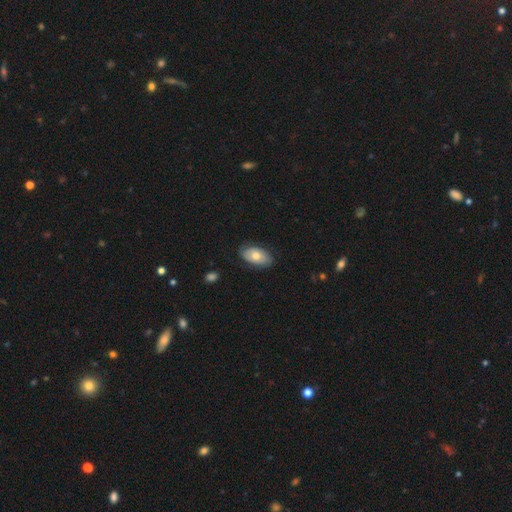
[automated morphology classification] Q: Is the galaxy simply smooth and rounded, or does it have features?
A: smooth — 58%.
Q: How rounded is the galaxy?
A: in between — 93%.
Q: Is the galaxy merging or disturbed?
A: none — 79%.